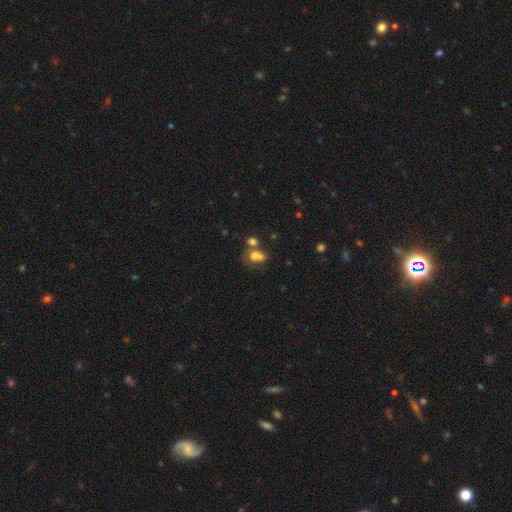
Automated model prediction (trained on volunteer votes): This appears to be a smooth galaxy with no disk features (70%) that is in between round and cigar-shaped (70%). Merging: merger (44%).